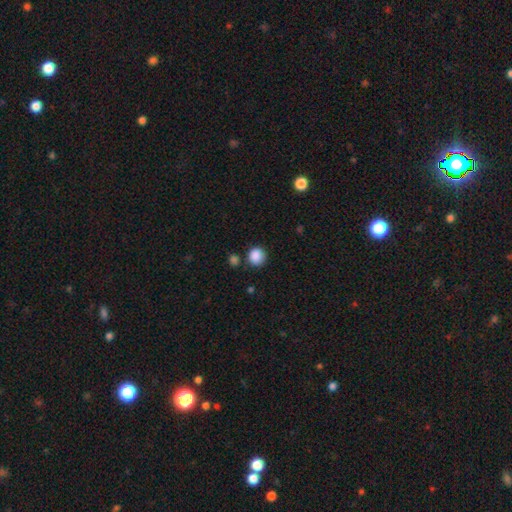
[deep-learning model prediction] Smooth or featured?
  - smooth: 88% *
  - star or artifact: 9%
  - featured or disk: 3%
How rounded?
  - round: 89% *
  - in between: 10%
  - cigar-shaped: 1%
Merging?
  - none: 80% *
  - minor disturbance: 10%
  - merger: 6%
  - major disturbance: 3%